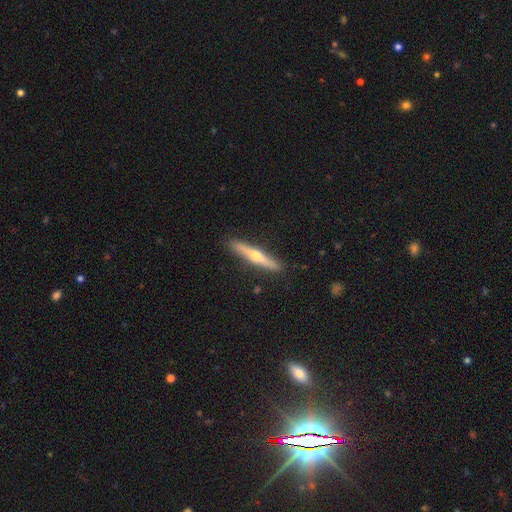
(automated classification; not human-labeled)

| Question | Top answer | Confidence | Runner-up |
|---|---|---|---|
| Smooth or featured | featured or disk | 61% | smooth (33%) |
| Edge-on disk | yes | 96% | no (4%) |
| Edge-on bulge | rounded | 90% | none (7%) |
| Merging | none | 90% | minor disturbance (7%) |